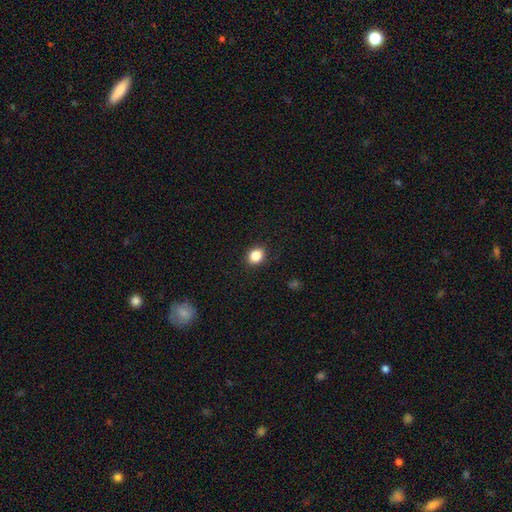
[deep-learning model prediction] smooth_or_featured: smooth (p=0.86) [alt: star or artifact p=0.10]
how_rounded: round (p=0.56) [alt: in between p=0.43]
merging: none (p=0.89) [alt: minor disturbance p=0.07]